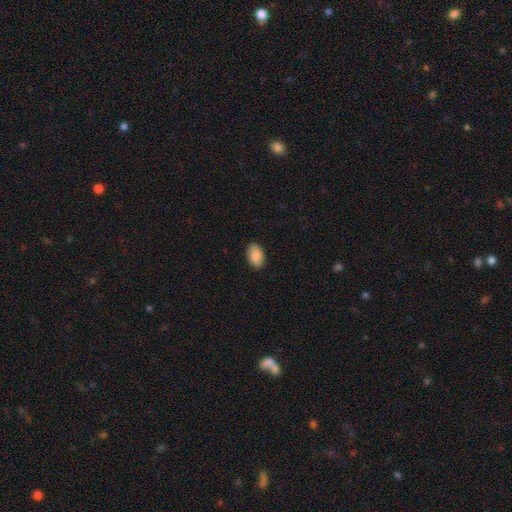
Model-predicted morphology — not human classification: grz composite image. It shows a smooth galaxy with no disk features (87%) that is in between round and cigar-shaped (93%). Merging: none (89%).